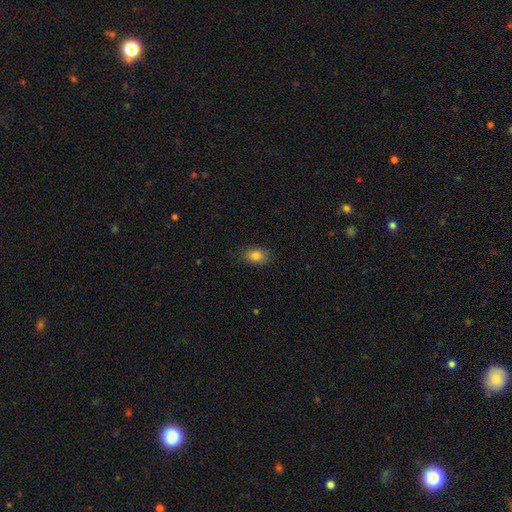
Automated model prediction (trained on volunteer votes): smooth_or_featured: smooth (p=0.83) [alt: star or artifact p=0.09]
how_rounded: in between (p=0.86) [alt: round p=0.12]
merging: none (p=0.85) [alt: minor disturbance p=0.11]